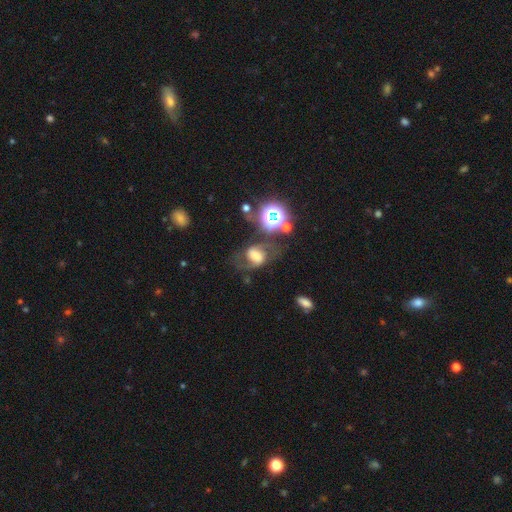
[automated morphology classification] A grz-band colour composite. It shows a featured or disk galaxy (55%) with a weak bar (41%), spiral arms (81%) and a moderate central bulge (36%). Merging: none (52%).